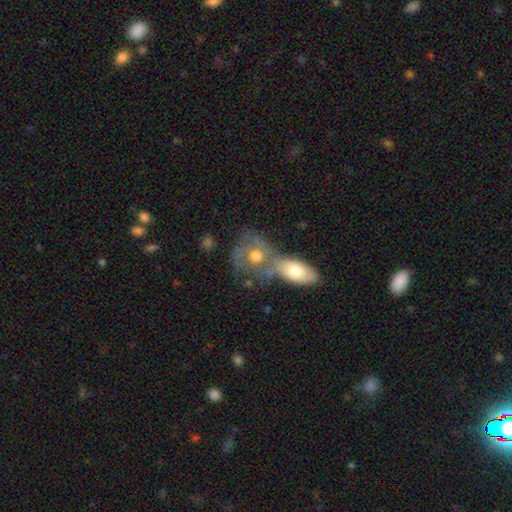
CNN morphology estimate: A smooth galaxy with no disk features (55%) that is round (59%).

Vote fractions:
- Smooth or featured? smooth: 55% / featured or disk: 37% / star or artifact: 7%
- How rounded? round: 59% / in between: 38% / cigar-shaped: 3%
- Merging? merger: 49% / none: 33% / minor disturbance: 11% / major disturbance: 7%